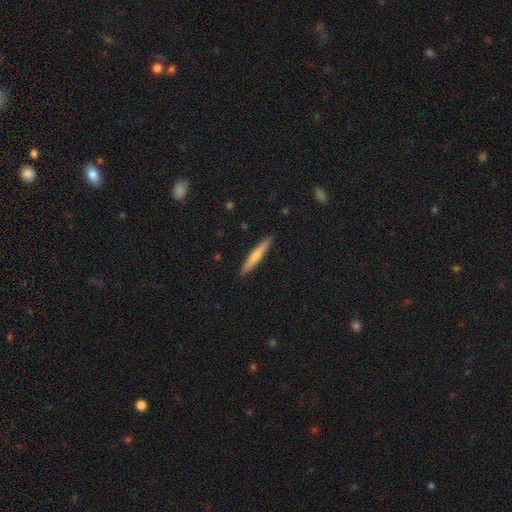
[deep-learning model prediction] Smooth or featured? smooth (65%)
How rounded? cigar-shaped (94%)
Merging? none (91%)